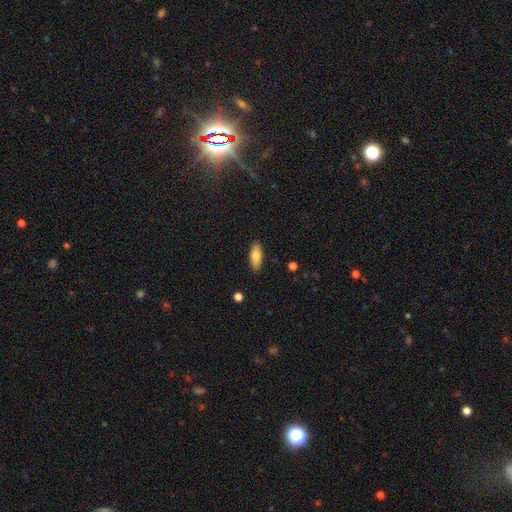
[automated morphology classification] Q: Smooth or featured?
A: smooth (79%); runner-up: featured or disk (14%)
Q: How rounded?
A: in between (77%); runner-up: cigar-shaped (20%)
Q: Merging?
A: none (88%); runner-up: minor disturbance (9%)